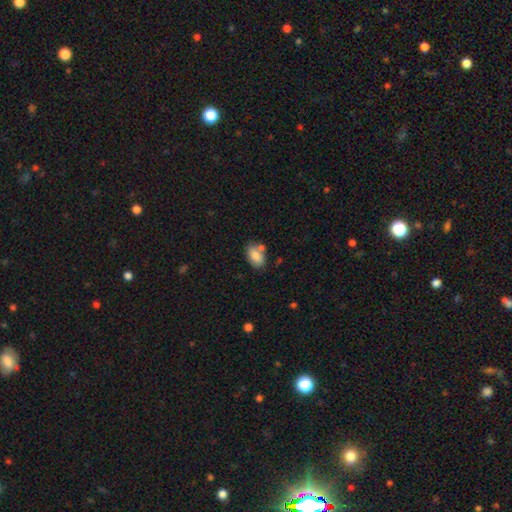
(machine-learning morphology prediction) Smooth or featured: smooth — 83% (featured or disk — 9%)
How rounded: in between — 91% (round — 6%)
Merging: none — 66% (minor disturbance — 16%)